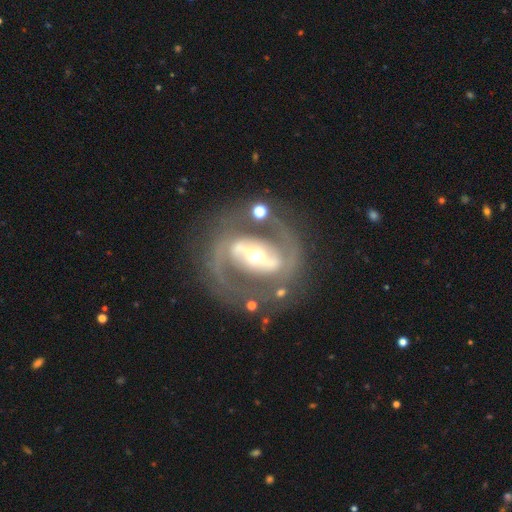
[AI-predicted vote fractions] A featured or disk galaxy (88%) with a strong bar (70%), 2 (90%) medium (54%) spiral arms (87%) and a moderate central bulge (64%).

Vote fractions:
- Smooth or featured? featured or disk: 88% / smooth: 7% / star or artifact: 5%
- Edge-on disk? no: 96% / yes: 4%
- Bar? strong: 70% / weak: 20% / no: 11%
- Spiral arms? yes: 87% / no: 13%
- Spiral winding? medium: 54% / tight: 25% / loose: 21%
- Spiral arm count? 2: 90% / can't tell: 4% / 1: 2% / 3: 2% / 4: 1% / more than 4: 1%
- Bulge size? moderate: 64% / small: 18% / large: 15% / dominant: 2% / none: 1%
- Merging? none: 71% / minor disturbance: 13% / major disturbance: 11% / merger: 5%